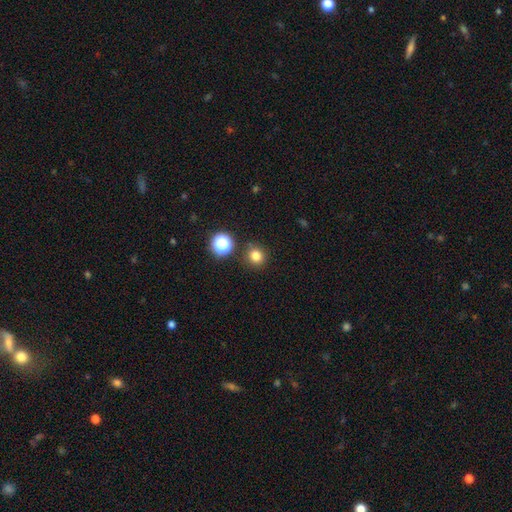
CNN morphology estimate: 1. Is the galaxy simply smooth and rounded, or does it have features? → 79% smooth, 16% star or artifact, 5% featured or disk.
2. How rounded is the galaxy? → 90% round, 9% in between, 1% cigar-shaped.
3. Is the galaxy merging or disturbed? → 85% none, 8% minor disturbance, 4% merger, 3% major disturbance.